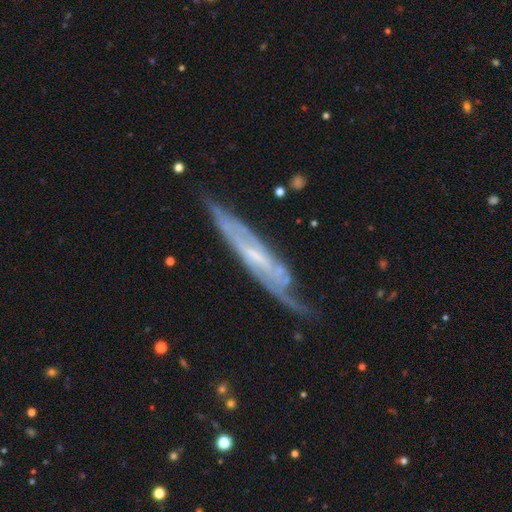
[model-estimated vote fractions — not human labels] A featured or disk galaxy (81%). Merging: none (63%).